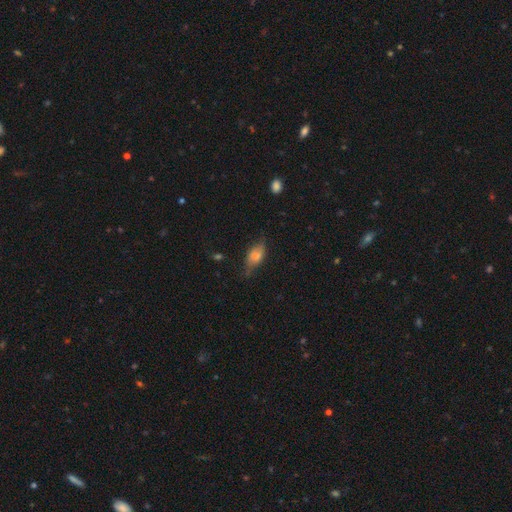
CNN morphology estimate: smooth 65%, featured or disk 27%, star or artifact 8%. Down the decision tree: how rounded — in between (84%); merging — none (61%).